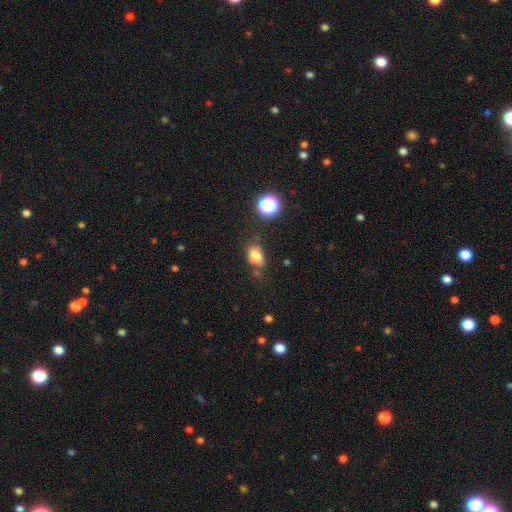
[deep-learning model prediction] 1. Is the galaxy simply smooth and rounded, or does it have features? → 72% smooth, 14% featured or disk, 14% star or artifact.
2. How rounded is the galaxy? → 72% in between, 25% round, 3% cigar-shaped.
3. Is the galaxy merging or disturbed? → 53% none, 27% minor disturbance, 10% merger, 10% major disturbance.